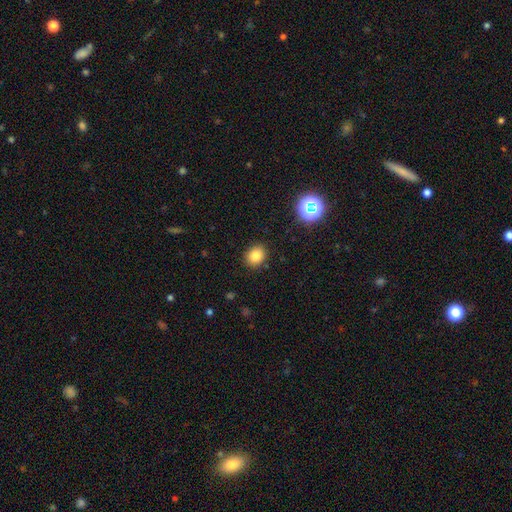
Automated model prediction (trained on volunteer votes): Smooth or featured?
  - smooth: 83% *
  - star or artifact: 12%
  - featured or disk: 5%
How rounded?
  - round: 60% *
  - in between: 39%
  - cigar-shaped: 1%
Merging?
  - none: 88% *
  - minor disturbance: 8%
  - major disturbance: 2%
  - merger: 1%